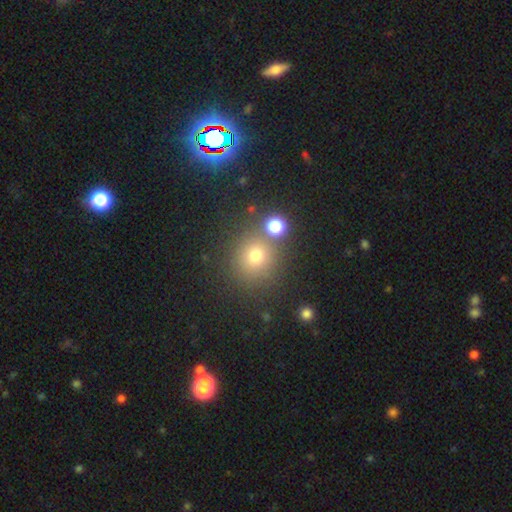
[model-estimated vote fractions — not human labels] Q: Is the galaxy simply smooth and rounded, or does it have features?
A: smooth — 71%.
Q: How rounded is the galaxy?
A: round — 89%.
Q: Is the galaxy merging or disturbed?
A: none — 75%.